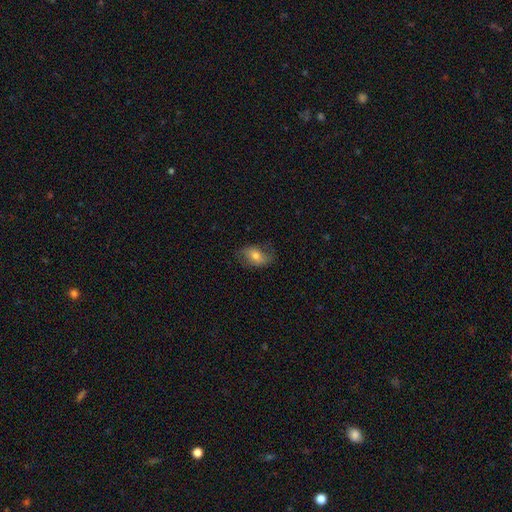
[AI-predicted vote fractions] This is likely a smooth galaxy (61%). How rounded: clearly in between (82%). Merging: likely none (70%).